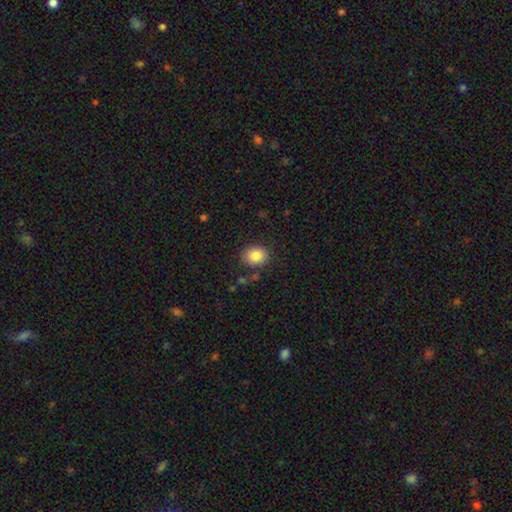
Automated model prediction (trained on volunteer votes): Smooth or featured: smooth — 85% (star or artifact — 9%)
How rounded: round — 50% (in between — 49%)
Merging: none — 82% (minor disturbance — 11%)